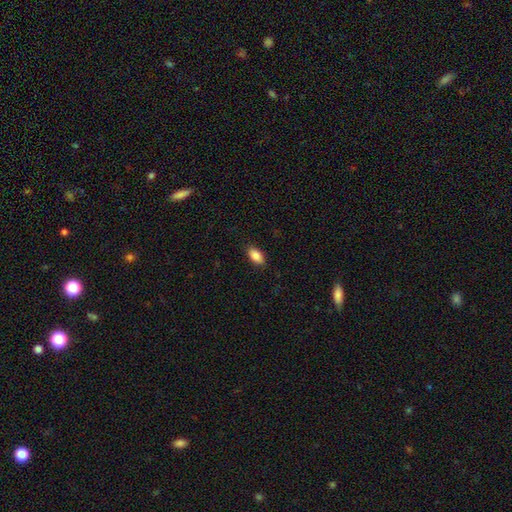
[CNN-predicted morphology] The model was most divided on "smooth or featured": smooth: 86%, star or artifact: 7%, featured or disk: 6%. More confident: how rounded — in between (92%); merging — none (88%).